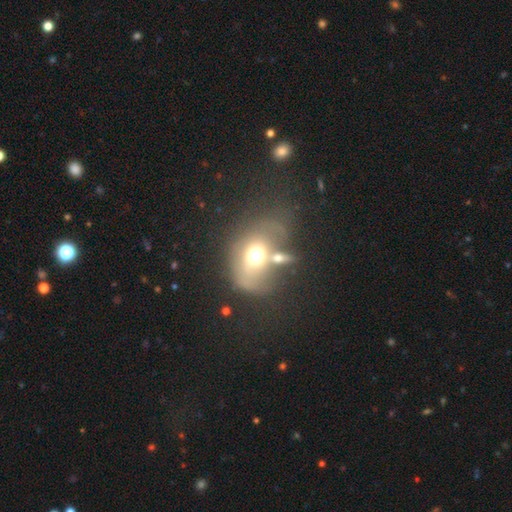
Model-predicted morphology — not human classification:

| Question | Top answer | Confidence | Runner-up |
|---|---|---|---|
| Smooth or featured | smooth | 54% | featured or disk (33%) |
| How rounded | in between | 59% | round (40%) |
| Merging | merger | 37% | major disturbance (25%) |